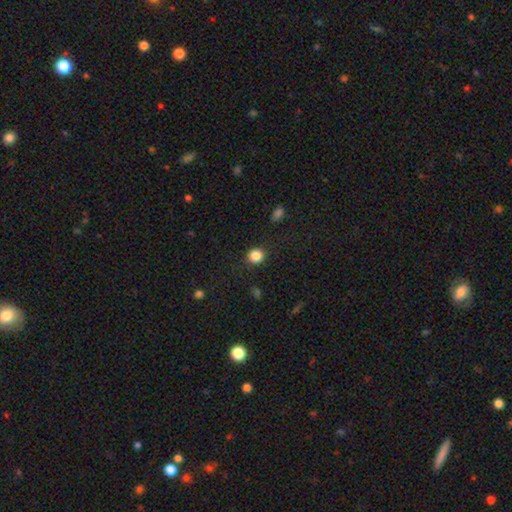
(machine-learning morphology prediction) This appears to be a smooth galaxy with no disk features (85%) that is round (84%). Merging: none (88%).